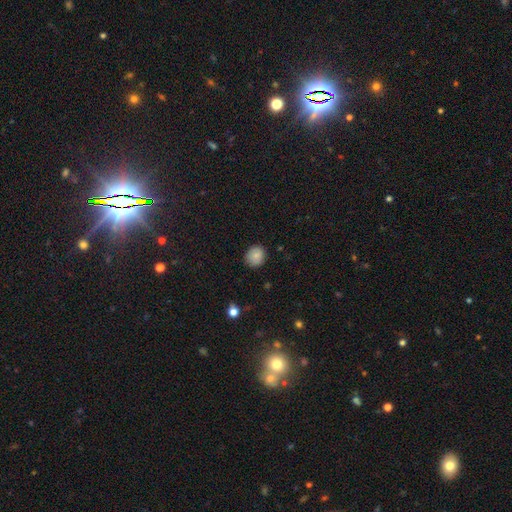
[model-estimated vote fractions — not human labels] Overall: smooth (83%). How rounded: round (71%). Merging: none (83%).